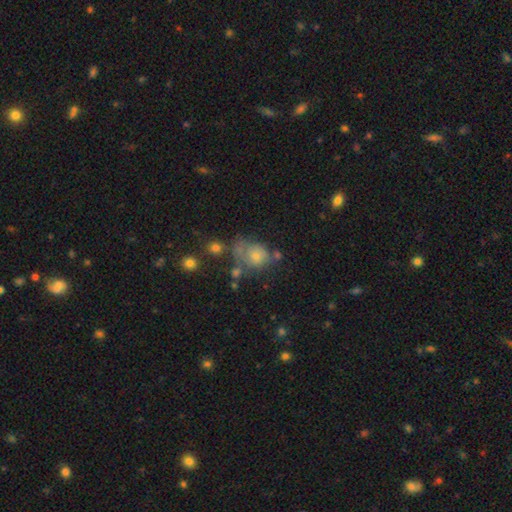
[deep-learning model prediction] Overall: smooth (56%; featured or disk 26%). How rounded: round (58%; in between 41%). Merging: none (42%; minor disturbance 25%).